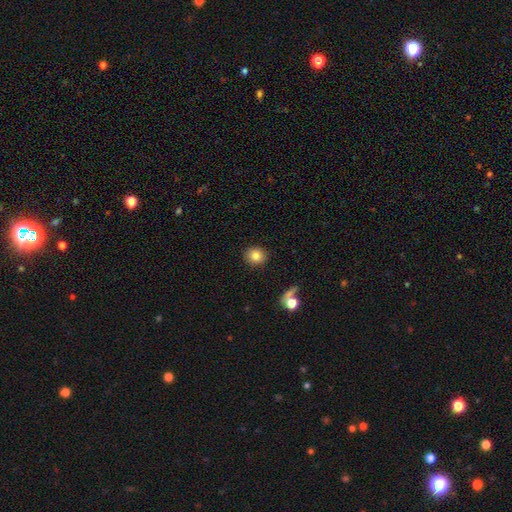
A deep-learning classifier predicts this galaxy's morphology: The model was most divided on "how rounded": round: 80%, in between: 19%, cigar-shaped: 1%. More confident: merging — none (88%); smooth or featured — smooth (83%).